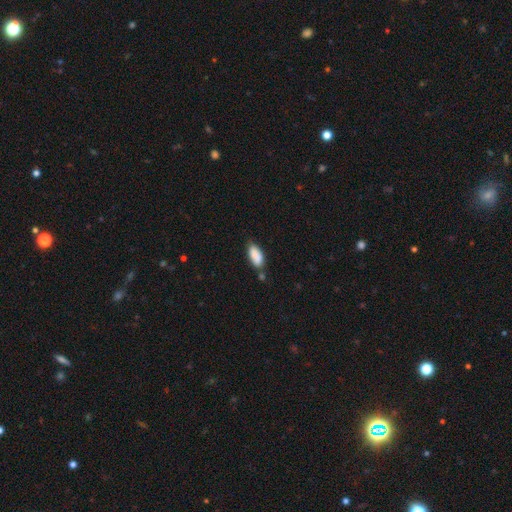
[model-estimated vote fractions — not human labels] Overall: smooth (86%). How rounded: in between (85%). Merging: none (59%; minor disturbance 25%).